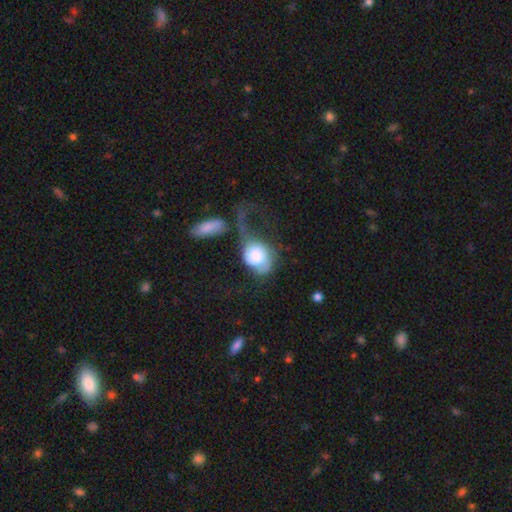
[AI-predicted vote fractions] Smooth or featured? smooth (50%)
How rounded? round (50%)
Merging? major disturbance (58%)